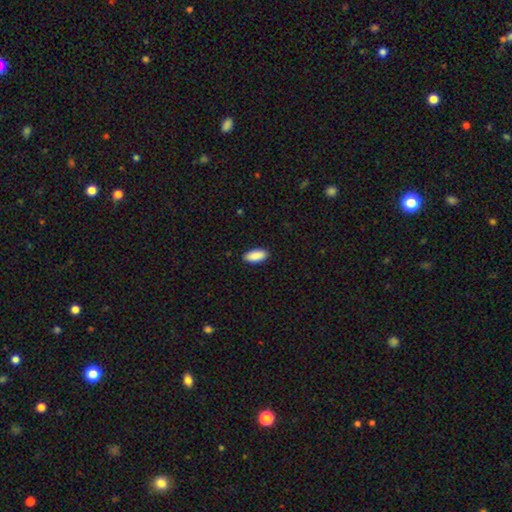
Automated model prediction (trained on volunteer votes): Smooth or featured?
  - smooth: 91% *
  - star or artifact: 6%
  - featured or disk: 3%
How rounded?
  - in between: 91% *
  - cigar-shaped: 8%
  - round: 2%
Merging?
  - none: 90% *
  - minor disturbance: 8%
  - major disturbance: 2%
  - merger: 1%